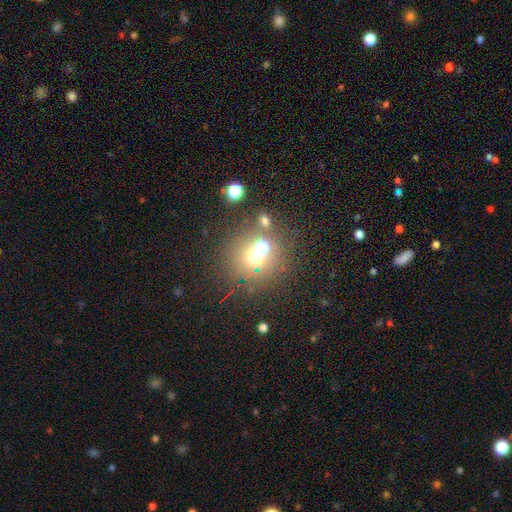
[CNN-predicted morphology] A smooth galaxy with no disk features (57%) that is round (85%). Merging: none (53%).